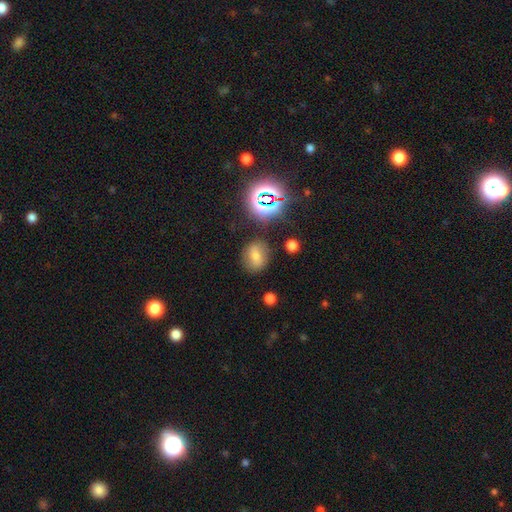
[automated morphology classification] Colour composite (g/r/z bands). It shows a smooth galaxy with no disk features (52%) that is round (60%). Merging: none (82%).